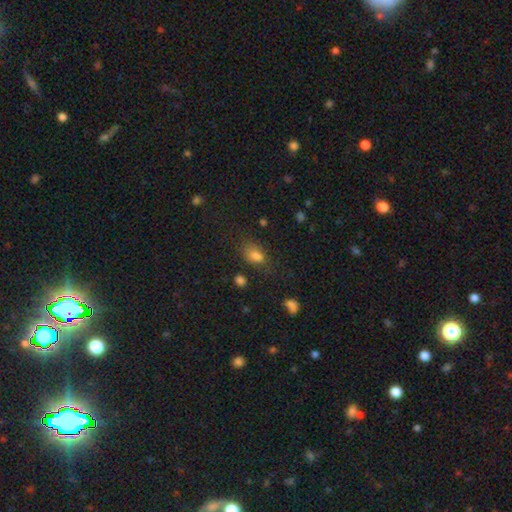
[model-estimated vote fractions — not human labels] The model was most divided on "merging": none: 55%, minor disturbance: 24%, major disturbance: 13%, merger: 8%. More confident: smooth or featured — smooth (77%); how rounded — in between (76%).